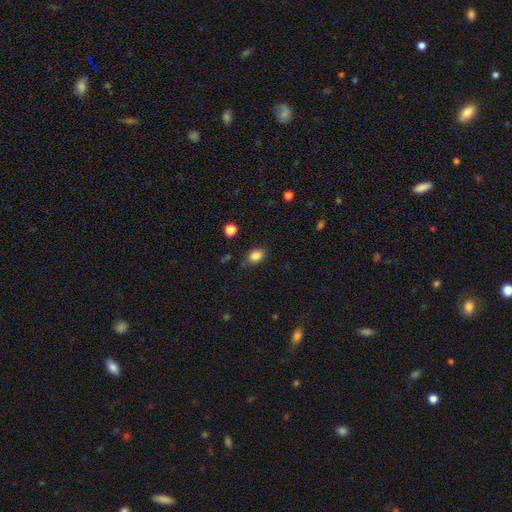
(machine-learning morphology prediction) Smooth or featured? smooth (83%)
How rounded? in between (60%)
Merging? none (75%)